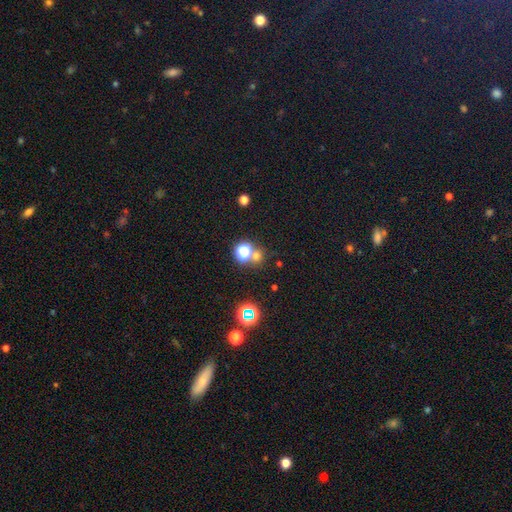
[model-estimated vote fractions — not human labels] Overall: smooth (57%; star or artifact 35%). How rounded: round (86%). Merging: none (63%; merger 26%).